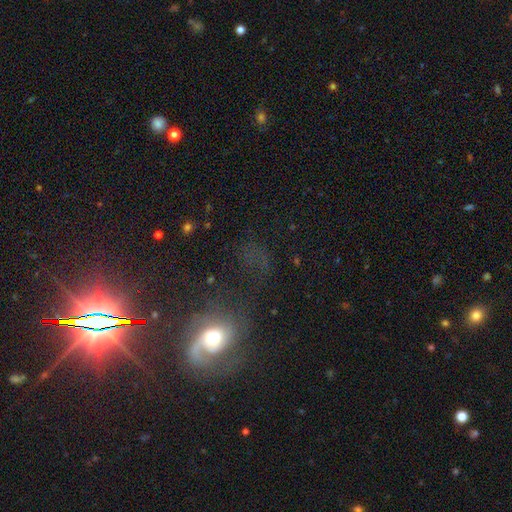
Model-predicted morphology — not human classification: Smooth or featured?
  - featured or disk: 37% * (tied)
  - star or artifact: 37% * (tied)
  - smooth: 26%
Merging?
  - none: 55% *
  - major disturbance: 23%
  - minor disturbance: 17%
  - merger: 5%